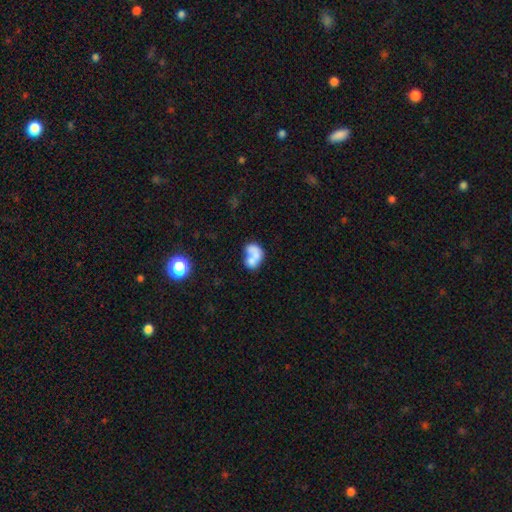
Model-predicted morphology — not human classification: Smooth or featured? smooth (58%)
How rounded? in between (72%)
Merging? merger (50%)